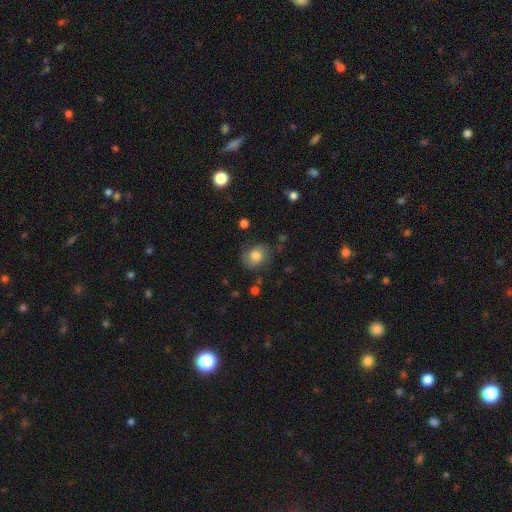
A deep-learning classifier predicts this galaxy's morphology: This appears to be a smooth galaxy with no disk features (54%) that is round (66%). Merging: none (71%).